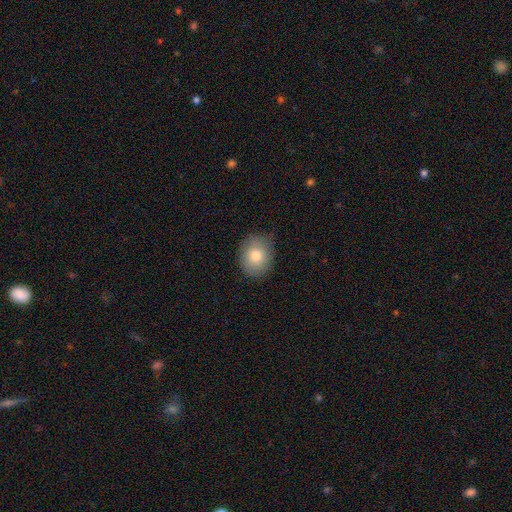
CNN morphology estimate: smooth 79%, featured or disk 12%, star or artifact 9%. Down the decision tree: how rounded — round (55%); merging — none (79%).